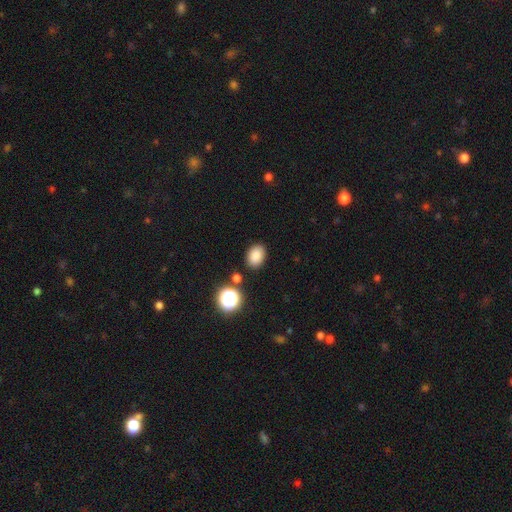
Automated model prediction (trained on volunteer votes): Overall: smooth (84%). How rounded: in between (78%). Merging: none (84%).